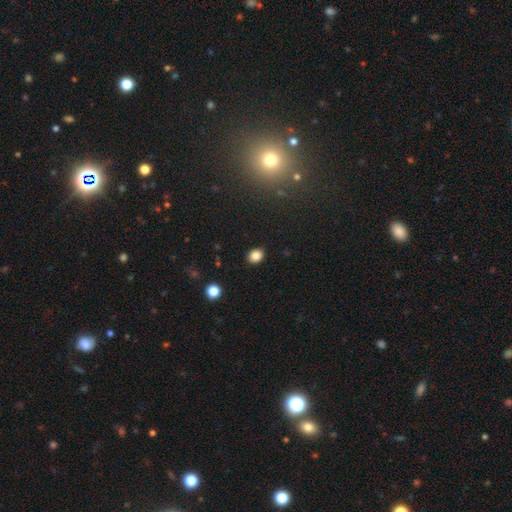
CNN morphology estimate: This appears to be a smooth galaxy with no disk features (85%) that is round (56%). Merging: none (89%).